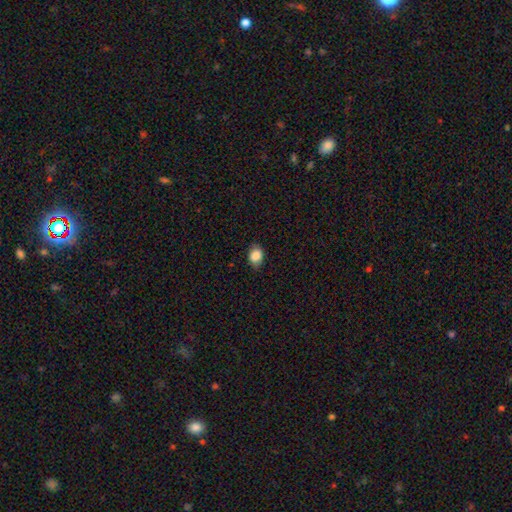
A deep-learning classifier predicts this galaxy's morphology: smooth 86%, star or artifact 8%, featured or disk 5%. Down the decision tree: how rounded — in between (68%); merging — none (81%).